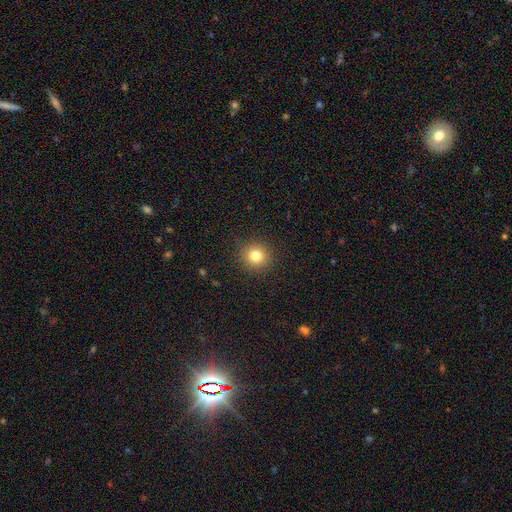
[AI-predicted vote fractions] Smooth or featured? smooth (80%)
How rounded? round (93%)
Merging? none (91%)